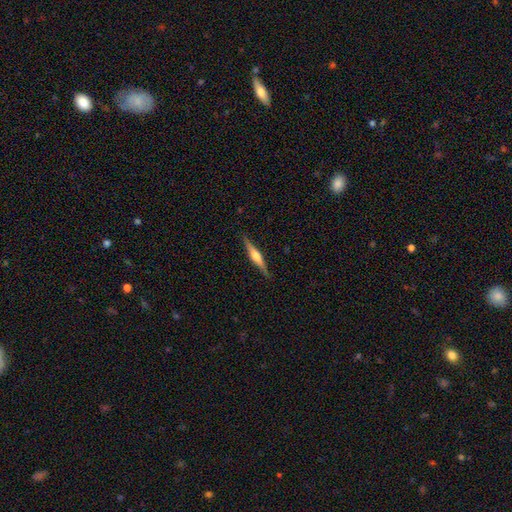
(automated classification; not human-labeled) The model was most divided on "smooth or featured": featured or disk: 70%, smooth: 24%, star or artifact: 5%. More confident: edge-on disk — yes (98%); merging — none (88%); edge-on bulge — rounded (86%).